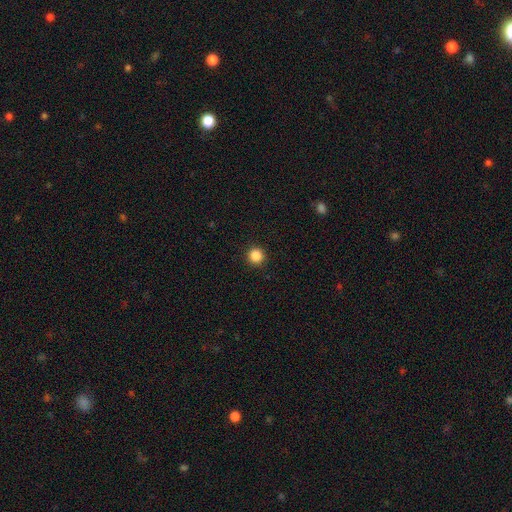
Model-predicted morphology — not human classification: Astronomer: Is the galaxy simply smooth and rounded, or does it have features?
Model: smooth — 86%.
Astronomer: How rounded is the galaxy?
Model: round — 96%.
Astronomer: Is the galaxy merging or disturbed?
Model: none — 93%.